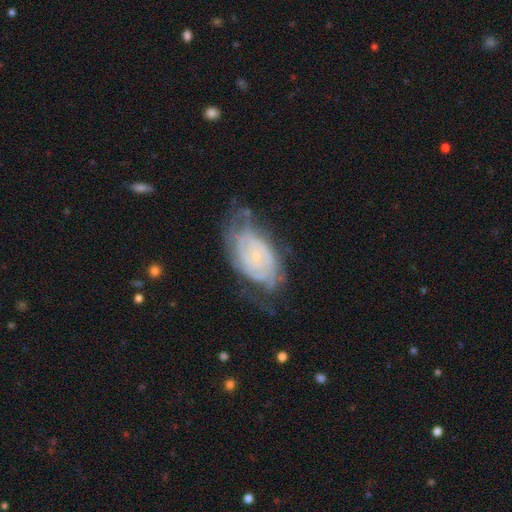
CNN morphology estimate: Overall: featured or disk (77%). Edge-on disk: no (96%). Bar: no (73%). Spiral arms: yes (90%). Spiral arm count: can't tell (46%; 2 26%). Spiral winding: tight (68%). Bulge size: small (80%). Merging: none (54%; minor disturbance 27%).